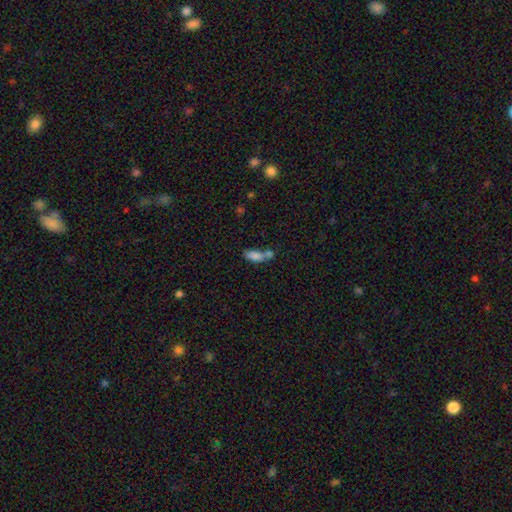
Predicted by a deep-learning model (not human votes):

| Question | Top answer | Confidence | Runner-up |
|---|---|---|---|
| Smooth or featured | smooth | 78% | featured or disk (11%) |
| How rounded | in between | 80% | cigar-shaped (16%) |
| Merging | merger | 52% | none (29%) |